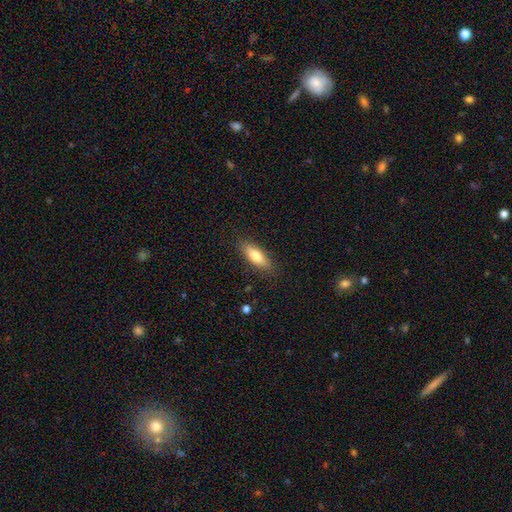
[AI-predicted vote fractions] This appears to be a smooth galaxy with no disk features (75%) that is in between round and cigar-shaped (64%). Merging: none (85%).